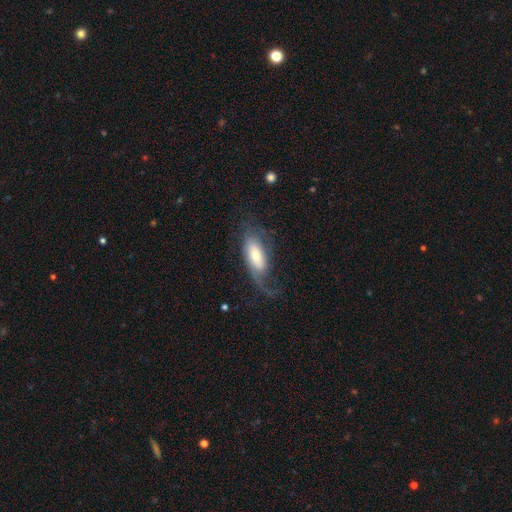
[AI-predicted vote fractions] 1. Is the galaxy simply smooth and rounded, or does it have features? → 51% featured or disk, 42% smooth, 7% star or artifact.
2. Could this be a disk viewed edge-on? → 85% no, 15% yes.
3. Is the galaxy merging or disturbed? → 43% none, 33% major disturbance, 22% minor disturbance, 2% merger.